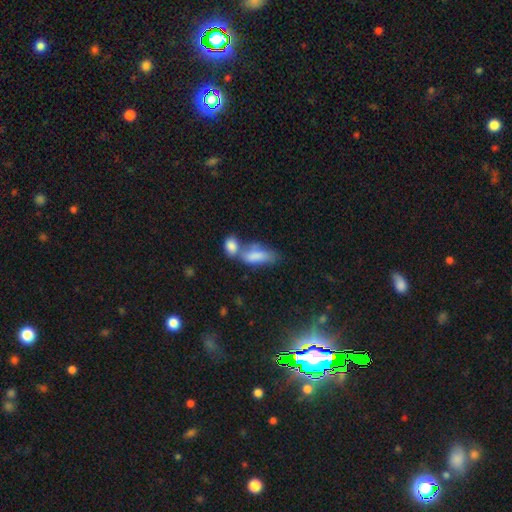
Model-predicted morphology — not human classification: smooth-or-featured: smooth: 79% | featured or disk: 13% | star or artifact: 7%
  how-rounded: in between: 81% | cigar-shaped: 16% | round: 4%
  merging: merger: 58% | none: 22% | minor disturbance: 12% | major disturbance: 8%